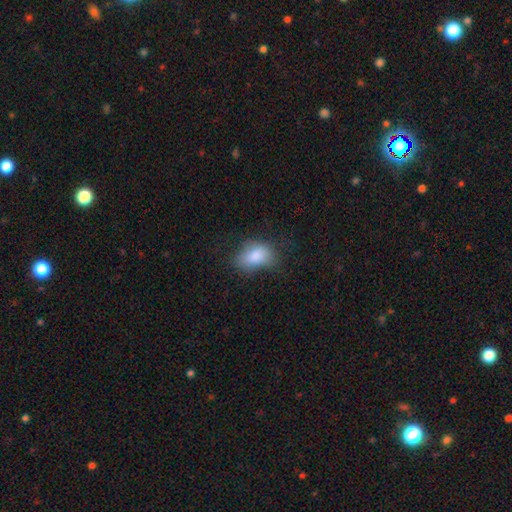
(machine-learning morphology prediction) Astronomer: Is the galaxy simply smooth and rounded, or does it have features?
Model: smooth — 84%.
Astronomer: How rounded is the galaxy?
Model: in between — 85%.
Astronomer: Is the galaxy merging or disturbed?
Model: none — 57%.